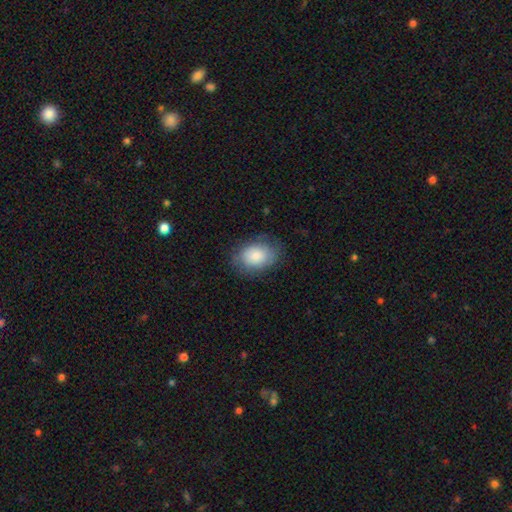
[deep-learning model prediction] Q: Smooth or featured?
A: smooth (81%); runner-up: featured or disk (12%)
Q: How rounded?
A: in between (74%); runner-up: round (25%)
Q: Merging?
A: none (73%); runner-up: minor disturbance (20%)